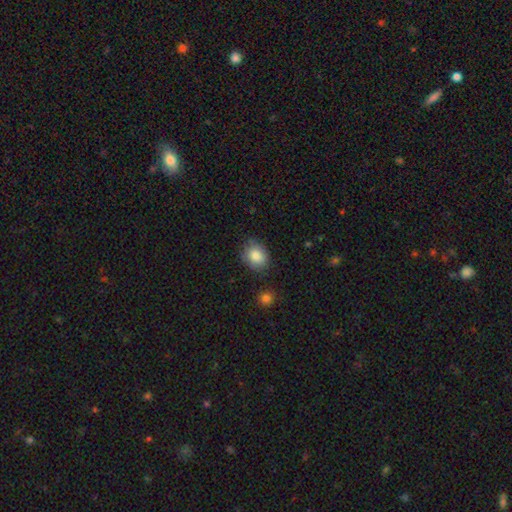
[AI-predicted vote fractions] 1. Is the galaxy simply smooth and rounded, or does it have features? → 84% smooth, 8% star or artifact, 8% featured or disk.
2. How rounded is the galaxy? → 53% round, 46% in between, 1% cigar-shaped.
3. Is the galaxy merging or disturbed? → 77% none, 17% minor disturbance, 4% major disturbance, 3% merger.